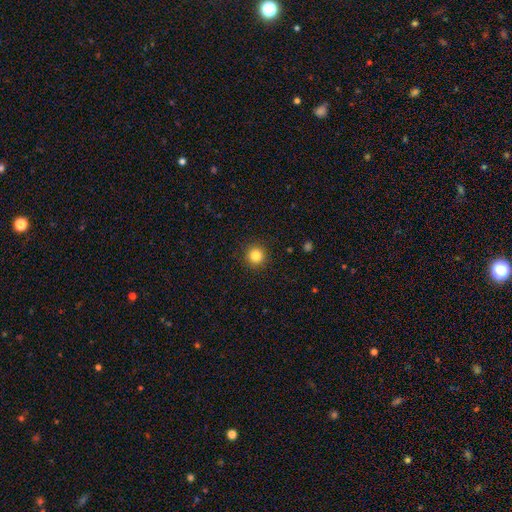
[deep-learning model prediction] smooth 84%, star or artifact 11%, featured or disk 5%. Down the decision tree: how rounded — round (94%); merging — none (92%).